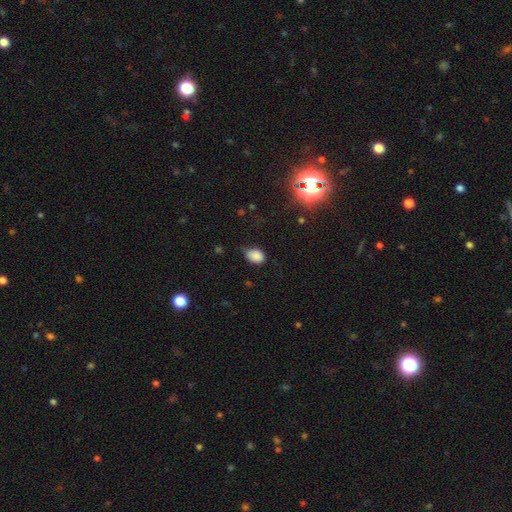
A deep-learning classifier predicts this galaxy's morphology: type=smooth (85%); roundness=in between (73%); merging=none (56%).